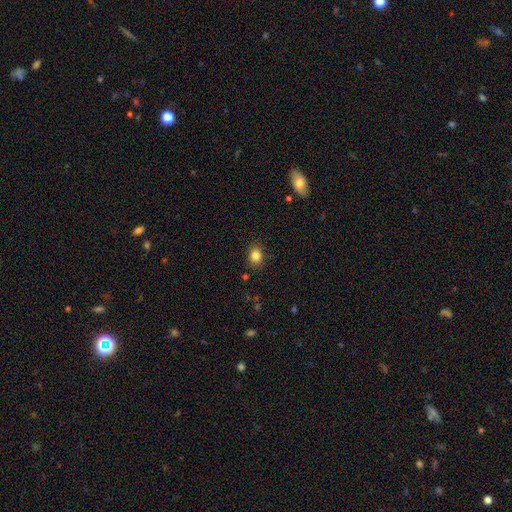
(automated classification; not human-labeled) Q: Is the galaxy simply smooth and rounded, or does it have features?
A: smooth — 84%.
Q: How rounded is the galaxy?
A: in between — 54%.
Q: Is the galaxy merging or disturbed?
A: none — 86%.